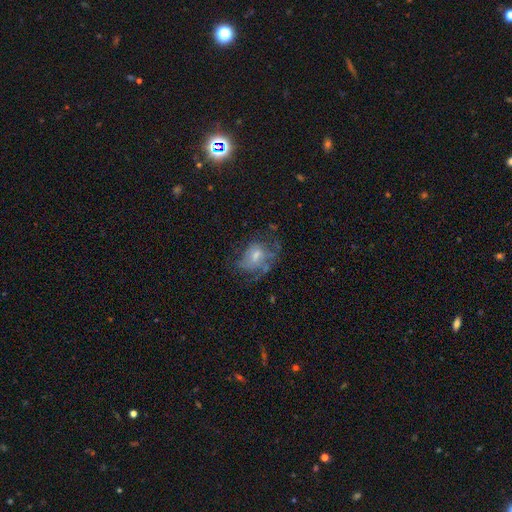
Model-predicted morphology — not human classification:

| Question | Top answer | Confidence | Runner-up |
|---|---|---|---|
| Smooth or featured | featured or disk | 55% | smooth (35%) |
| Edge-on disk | no | 97% | yes (3%) |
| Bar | no | 58% | weak (36%) |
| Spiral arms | yes | 57% | no (43%) |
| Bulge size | small | 43% | moderate (41%) |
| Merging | none | 41% | major disturbance (32%) |